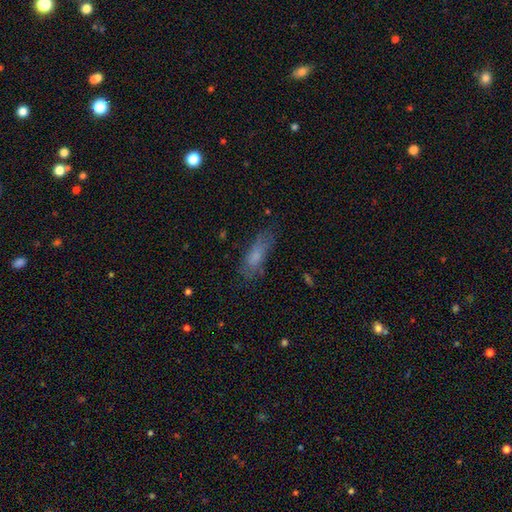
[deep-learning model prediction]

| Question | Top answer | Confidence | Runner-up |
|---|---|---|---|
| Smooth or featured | smooth | 67% | featured or disk (23%) |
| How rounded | in between | 54% | cigar-shaped (43%) |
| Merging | none | 66% | minor disturbance (22%) |